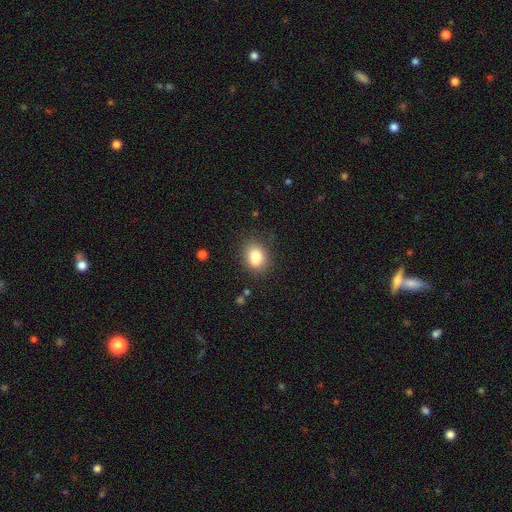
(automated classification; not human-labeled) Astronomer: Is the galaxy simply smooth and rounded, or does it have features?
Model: smooth — 74%.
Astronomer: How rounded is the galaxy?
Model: in between — 50% (runner-up: round, 48%).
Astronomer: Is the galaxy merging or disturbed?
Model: none — 51% (runner-up: merger, 30%).